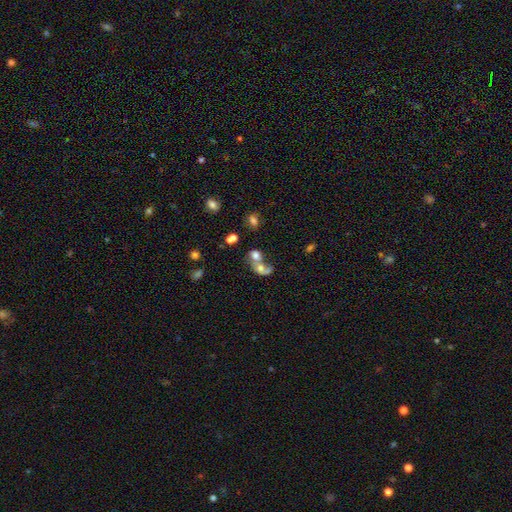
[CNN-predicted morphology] Smooth or featured? Predicted: smooth (p=0.58). How rounded? Predicted: in between (p=0.52). Merging? Predicted: merger (p=0.73).